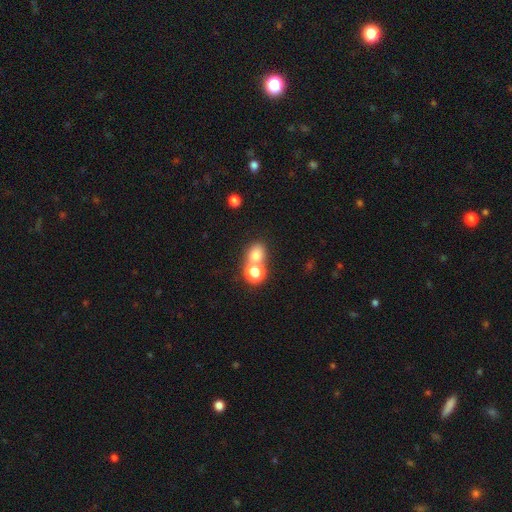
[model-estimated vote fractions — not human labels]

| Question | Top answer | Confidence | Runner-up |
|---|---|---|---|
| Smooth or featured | smooth | 73% | star or artifact (17%) |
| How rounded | round | 64% | in between (35%) |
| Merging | none | 45% | merger (43%) |